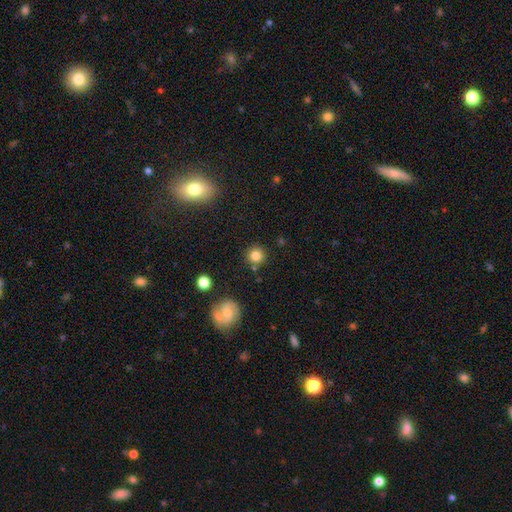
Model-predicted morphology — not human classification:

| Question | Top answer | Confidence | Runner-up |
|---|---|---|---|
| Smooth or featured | smooth | 81% | star or artifact (11%) |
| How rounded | round | 94% | in between (5%) |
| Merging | none | 83% | minor disturbance (8%) |